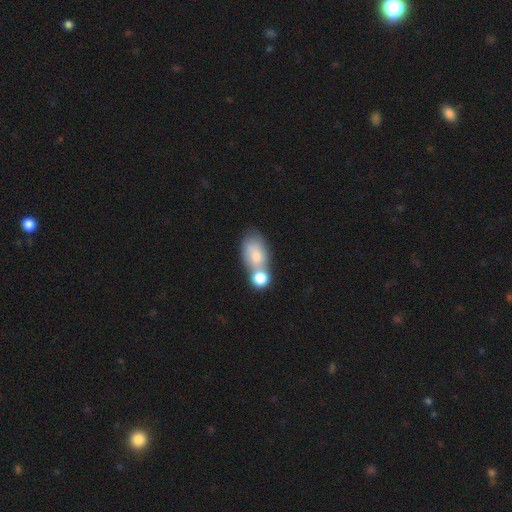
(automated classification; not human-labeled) Overall: smooth (72%). How rounded: in between (84%). Merging: merger (54%; none 26%).